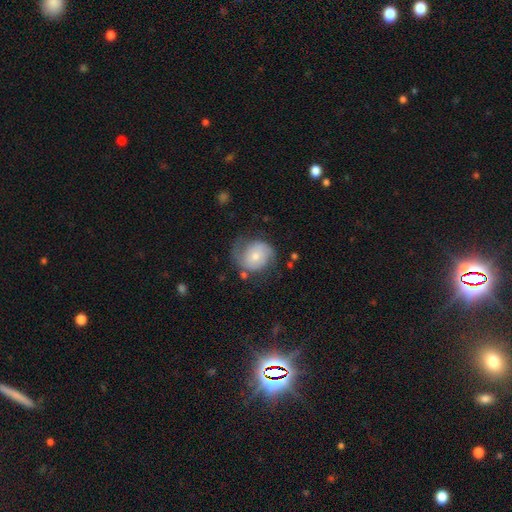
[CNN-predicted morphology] smooth-or-featured: featured or disk: 63% | smooth: 30% | star or artifact: 7%
  disk-edge-on: no: 98% | yes: 2%
    bar: no: 69% | weak: 26% | strong: 5%
    has-spiral-arms: yes: 89% | no: 11%
      spiral-winding: medium: 43% | tight: 33% | loose: 25%
      spiral-arm-count: 2: 81% | can't tell: 10% | 1: 5% | 3: 2% | 4: 1% | more than 4: 1%
    bulge-size: small: 46% | moderate: 45% | large: 5% | none: 3% | dominant: 1%
  merging: none: 58% | minor disturbance: 24% | major disturbance: 15% | merger: 3%